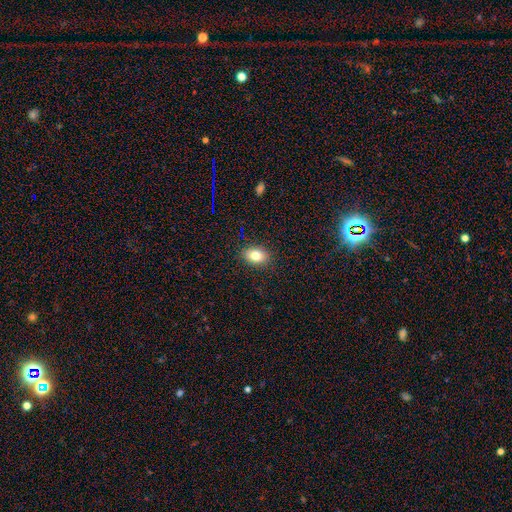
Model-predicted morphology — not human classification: Smooth or featured?
  - smooth: 81% *
  - featured or disk: 10%
  - star or artifact: 10%
How rounded?
  - in between: 78% *
  - round: 21%
  - cigar-shaped: 1%
Merging?
  - none: 89% *
  - minor disturbance: 8%
  - major disturbance: 2%
  - merger: 1%